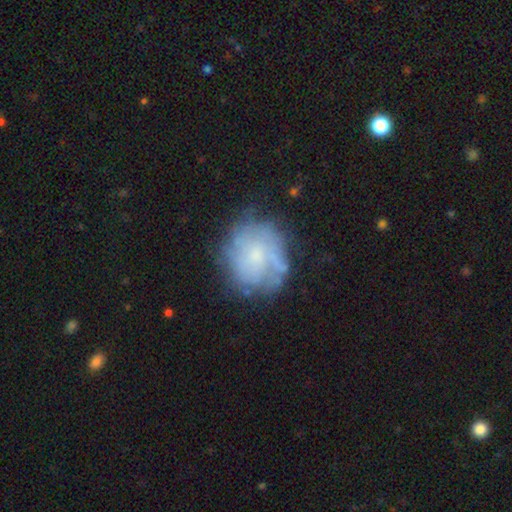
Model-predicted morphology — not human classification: A featured or disk galaxy (52%) with no bar (77%), spiral arms (53%) and a small central bulge (47%). Merging: none (60%).